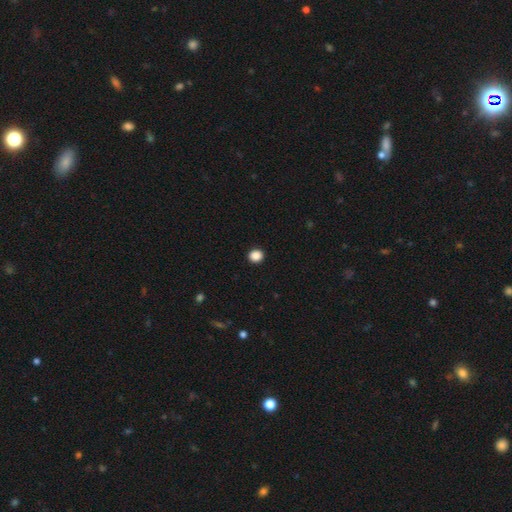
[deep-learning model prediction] Smooth or featured? Predicted: smooth (p=0.88). How rounded? Predicted: round (p=0.80). Merging? Predicted: none (p=0.93).